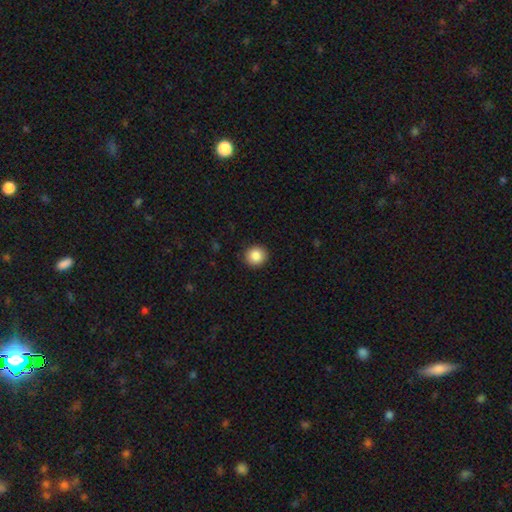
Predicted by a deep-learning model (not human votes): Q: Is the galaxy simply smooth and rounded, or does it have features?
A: smooth — 85%.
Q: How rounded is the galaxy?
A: round — 92%.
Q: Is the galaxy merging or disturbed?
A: none — 92%.